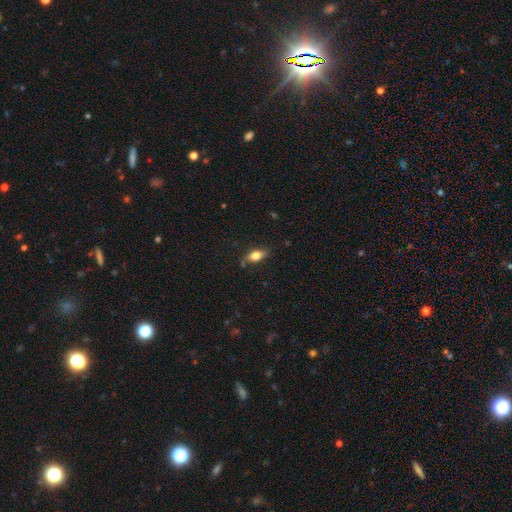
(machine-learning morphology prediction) smooth 68%, featured or disk 23%, star or artifact 8%. Down the decision tree: how rounded — in between (78%); merging — none (75%).